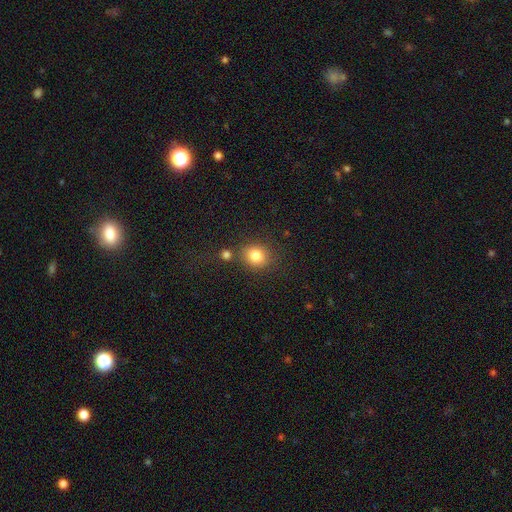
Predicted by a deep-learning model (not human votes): Smooth or featured? smooth (82%)
How rounded? round (72%)
Merging? none (73%)